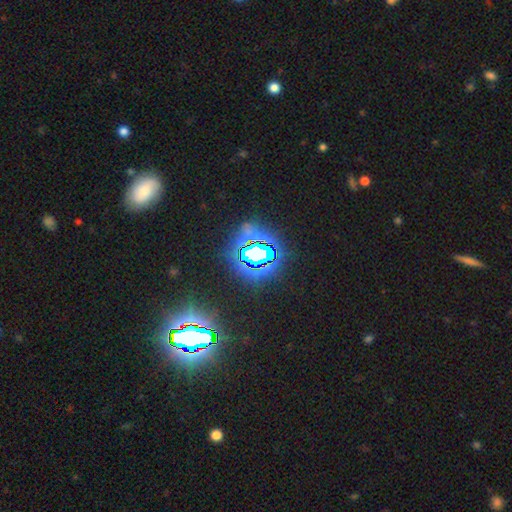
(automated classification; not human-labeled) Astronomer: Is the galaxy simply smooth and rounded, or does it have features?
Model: star or artifact — 75%.